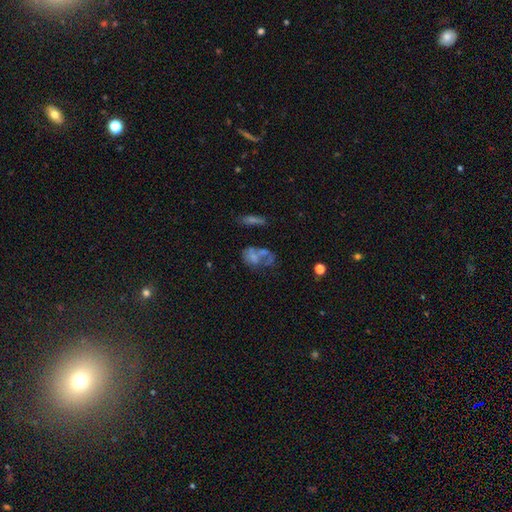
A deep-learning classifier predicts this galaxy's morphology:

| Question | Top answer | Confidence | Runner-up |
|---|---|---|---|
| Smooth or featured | featured or disk | 49% | smooth (36%) |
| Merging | merger | 33% | major disturbance (28%) |